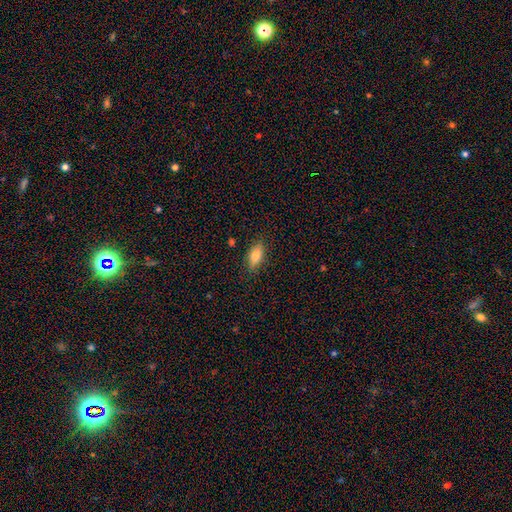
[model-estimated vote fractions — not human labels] The model was most divided on "smooth or featured": smooth: 79%, featured or disk: 13%, star or artifact: 7%. More confident: merging — none (85%); how rounded — in between (84%).